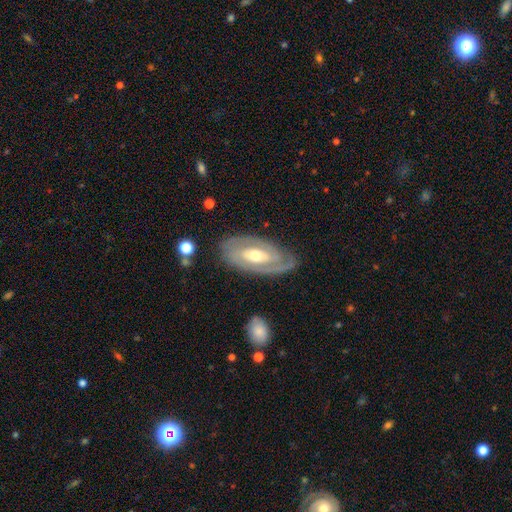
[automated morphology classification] This is clearly a featured or disk galaxy (82%). It is clearly not viewed edge-on (92%). Bar: marginally no (40%). Spiral arm pattern: clearly yes (85%). Spiral arm count: likely 2 (66%). Spiral winding: likely tight (64%). Central bulge: likely moderate (61%). Merging: likely none (80%).